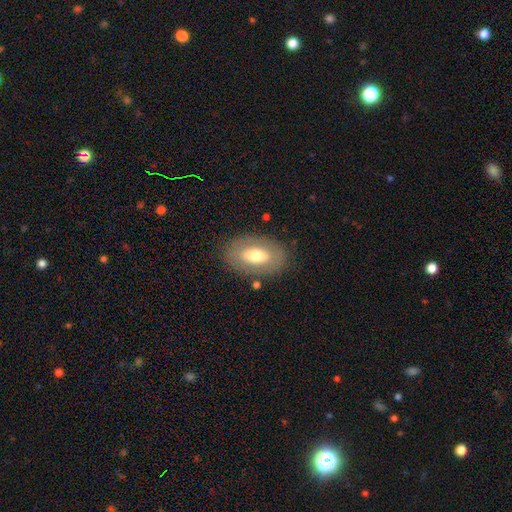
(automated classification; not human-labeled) This is possibly a smooth galaxy (56%). How rounded: clearly in between (90%). Merging: clearly none (81%).